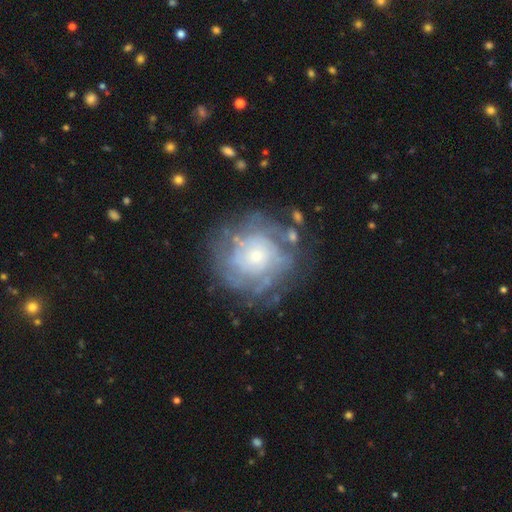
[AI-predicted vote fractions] This is likely a featured or disk galaxy (70%). It is clearly not viewed edge-on (97%). Bar: clearly no (83%). Spiral arm pattern: likely yes (74%). Spiral arm count: possibly can't tell (57%). Spiral winding: likely tight (70%). Central bulge: possibly small (52%). Merging: likely none (72%).